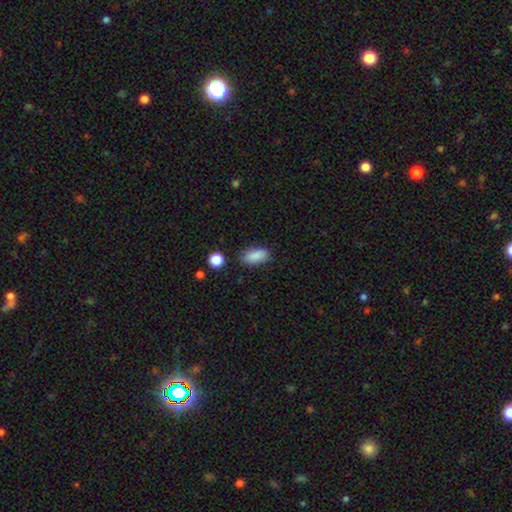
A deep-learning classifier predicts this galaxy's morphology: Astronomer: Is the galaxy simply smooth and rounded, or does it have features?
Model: smooth — 87%.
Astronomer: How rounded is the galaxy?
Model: in between — 87%.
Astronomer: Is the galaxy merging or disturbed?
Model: none — 78%.